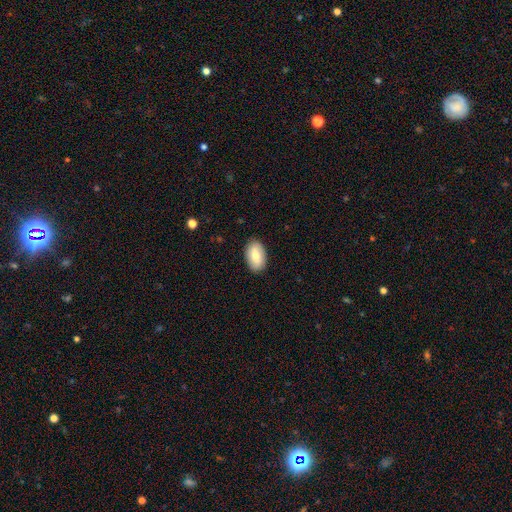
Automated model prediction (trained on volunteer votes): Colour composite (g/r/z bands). It shows a smooth galaxy with no disk features (74%) that is in between round and cigar-shaped (93%). Merging: none (87%).